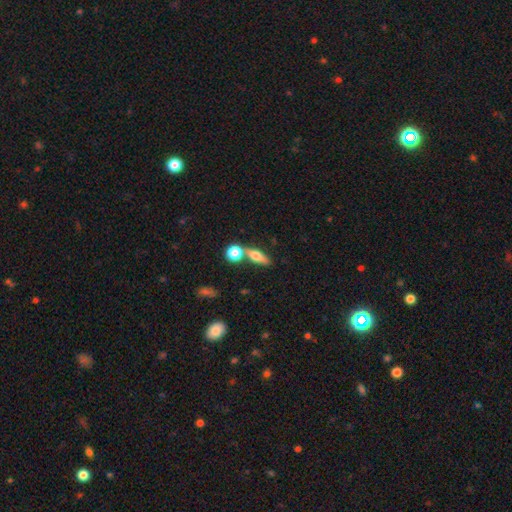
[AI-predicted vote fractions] This appears to be a smooth galaxy with no disk features (58%) that is in between round and cigar-shaped (48%). Merging: none (56%).